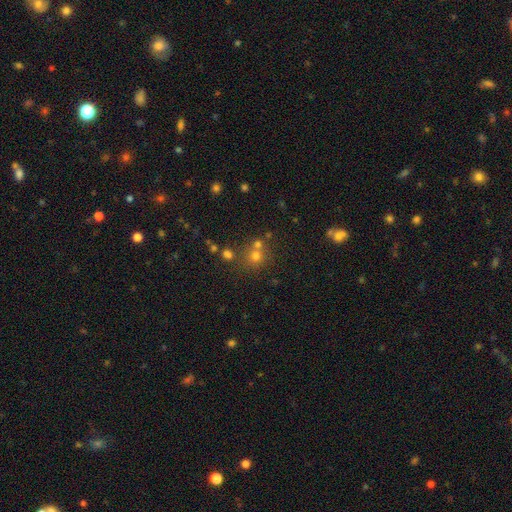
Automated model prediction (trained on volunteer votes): Overall: smooth (62%; star or artifact 27%). How rounded: round (87%). Merging: none (61%; merger 28%).